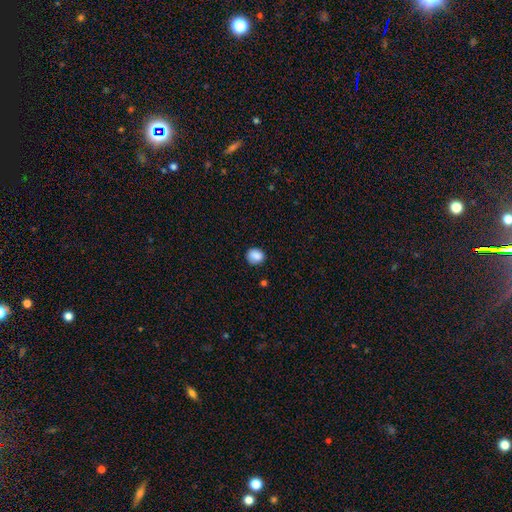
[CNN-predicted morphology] Smooth or featured: smooth — 87% (star or artifact — 9%)
How rounded: round — 74% (in between — 25%)
Merging: none — 82% (minor disturbance — 14%)